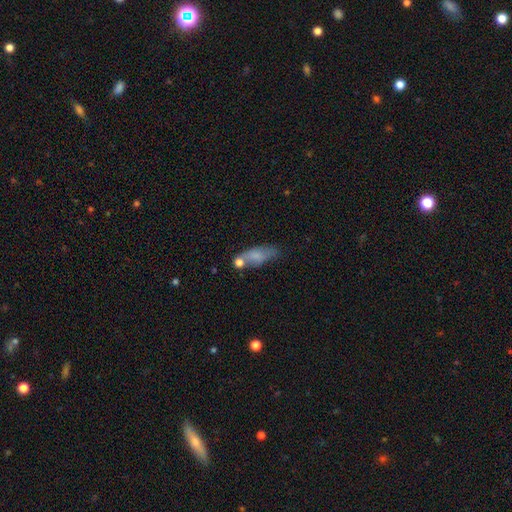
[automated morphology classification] Smooth or featured? Predicted: smooth (p=0.68). How rounded? Predicted: in between (p=0.66). Merging? Predicted: none (p=0.47).